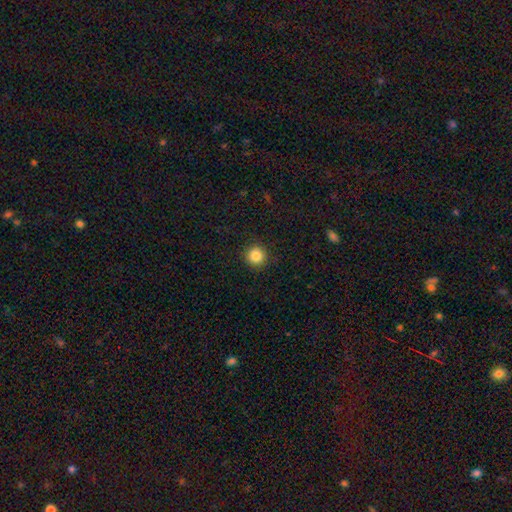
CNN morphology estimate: Smooth or featured: smooth — 85% (star or artifact — 10%)
How rounded: round — 95% (in between — 4%)
Merging: none — 92% (minor disturbance — 5%)